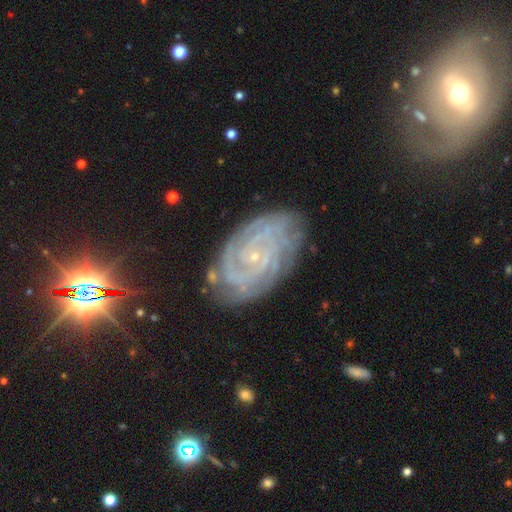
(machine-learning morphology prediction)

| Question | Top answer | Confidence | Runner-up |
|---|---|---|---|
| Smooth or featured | featured or disk | 85% | star or artifact (9%) |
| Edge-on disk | no | 96% | yes (4%) |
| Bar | no | 69% | weak (24%) |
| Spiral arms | yes | 97% | no (3%) |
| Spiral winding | tight | 79% | medium (17%) |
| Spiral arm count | can't tell | 28% | 2 (20%) |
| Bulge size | small | 88% | moderate (7%) |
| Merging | none | 77% | minor disturbance (17%) |